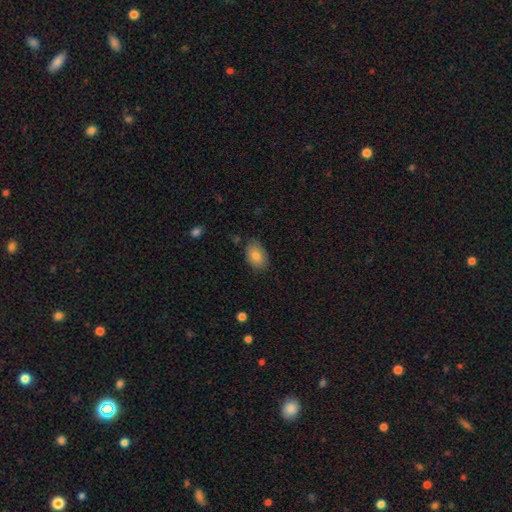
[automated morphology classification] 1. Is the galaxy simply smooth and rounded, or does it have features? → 83% smooth, 9% featured or disk, 8% star or artifact.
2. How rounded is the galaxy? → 88% in between, 11% round, 1% cigar-shaped.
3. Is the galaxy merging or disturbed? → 81% none, 15% minor disturbance, 3% major disturbance, 2% merger.